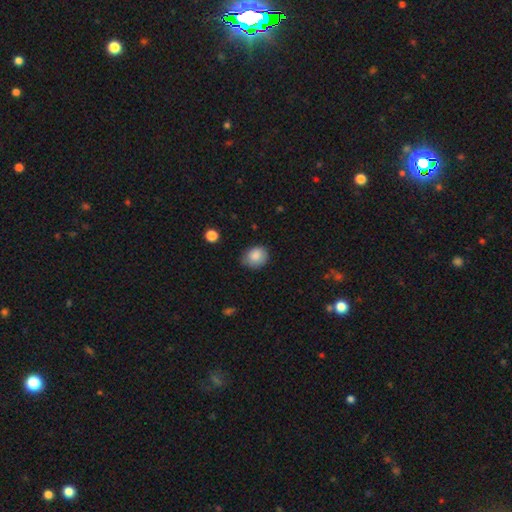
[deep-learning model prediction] Morphology: type=smooth (86%); roundness=round (57%); merging=none (62%).